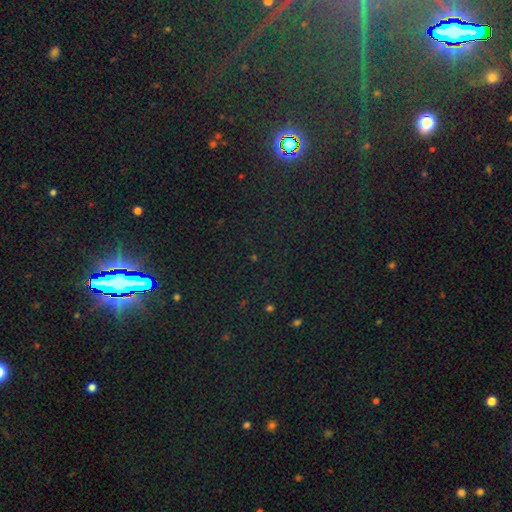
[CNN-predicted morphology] smooth-or-featured: star or artifact: 80% | smooth: 13% | featured or disk: 8%